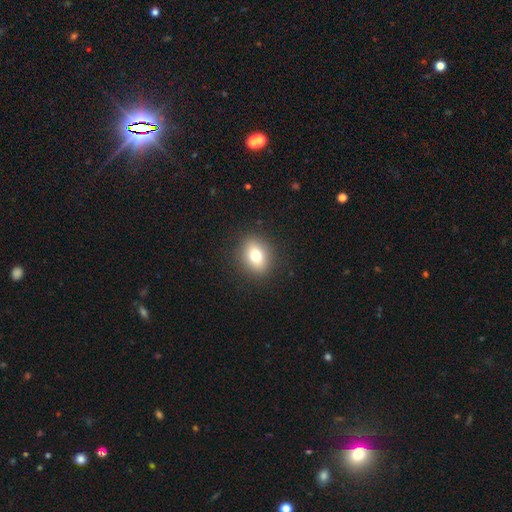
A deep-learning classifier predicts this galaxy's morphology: Smooth or featured? smooth (74%)
How rounded? in between (54%)
Merging? none (89%)